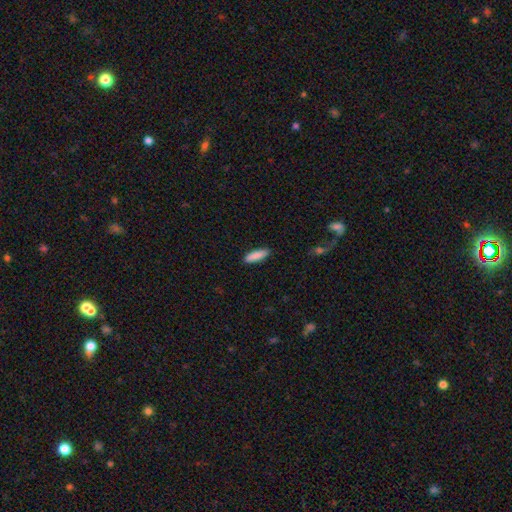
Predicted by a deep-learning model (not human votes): A smooth galaxy with no disk features (88%) that is cigar-shaped (62%).

Vote fractions:
- Smooth or featured? smooth: 88% / featured or disk: 6% / star or artifact: 6%
- How rounded? cigar-shaped: 62% / in between: 36% / round: 1%
- Merging? none: 89% / minor disturbance: 9% / major disturbance: 2% / merger: 1%